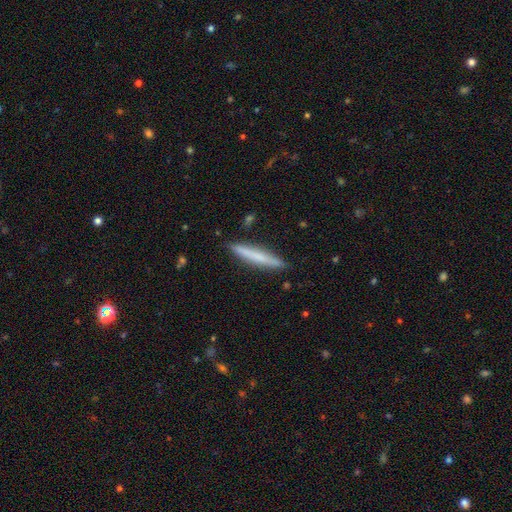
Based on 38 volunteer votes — This is possibly a smooth galaxy (58%). How rounded: clearly cigar-shaped (100%). Merging: clearly none (89%).